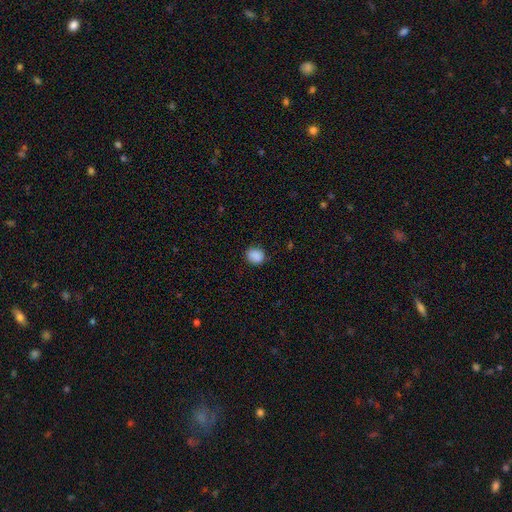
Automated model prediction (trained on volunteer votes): Smooth or featured? smooth (88%)
How rounded? round (70%)
Merging? none (84%)